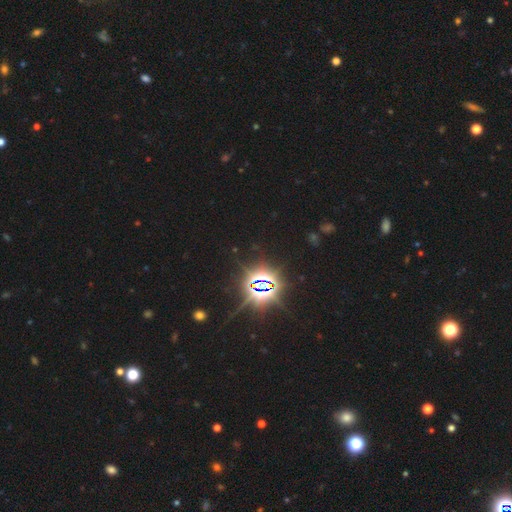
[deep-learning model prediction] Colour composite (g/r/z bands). It shows a star or artifact, not a galaxy (80%).